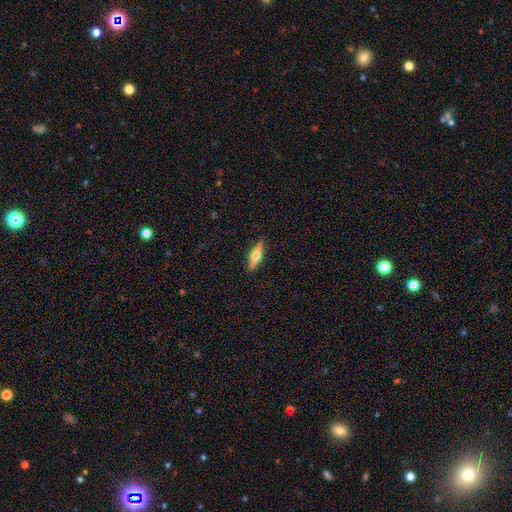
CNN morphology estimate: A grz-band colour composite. It shows a featured or disk galaxy (54%) viewed edge-on (94%) with a rounded central bulge (95%). Merging: none (89%).